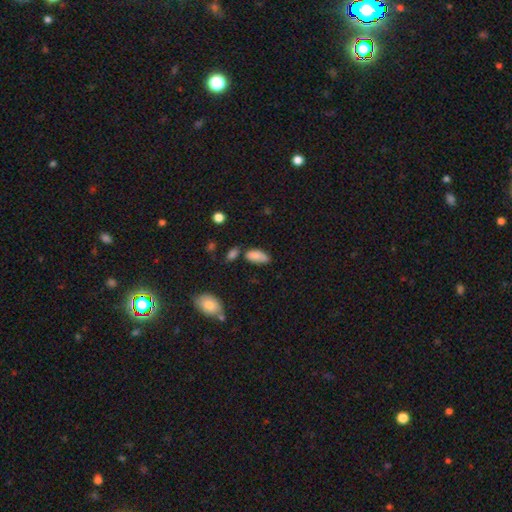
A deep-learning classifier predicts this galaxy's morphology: Smooth or featured? smooth (83%)
How rounded? in between (89%)
Merging? none (55%)